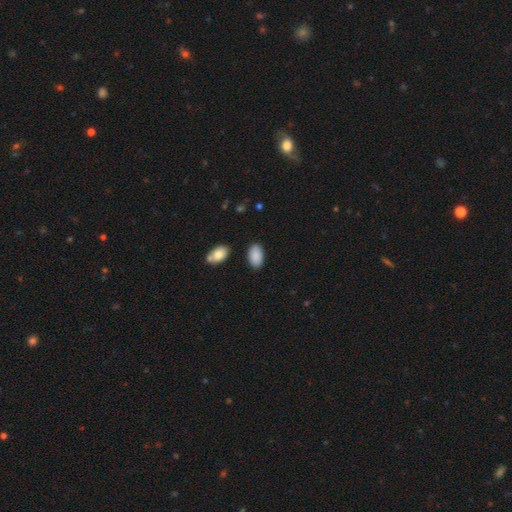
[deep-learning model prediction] Morphology: type=smooth (89%); roundness=in between (95%); merging=none (85%).